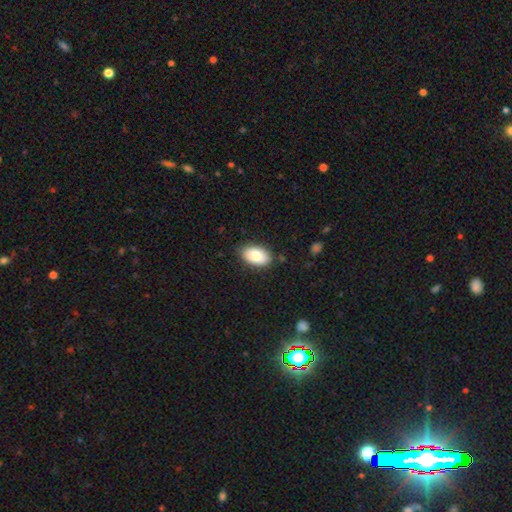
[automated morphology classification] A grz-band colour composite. It shows a smooth galaxy with no disk features (77%) that is in between round and cigar-shaped (92%). Merging: none (85%).